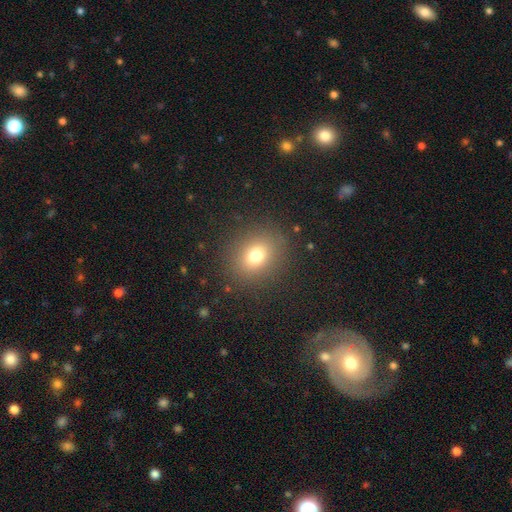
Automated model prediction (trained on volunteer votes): Morphology: type=smooth (73%); roundness=round (67%); merging=none (87%).